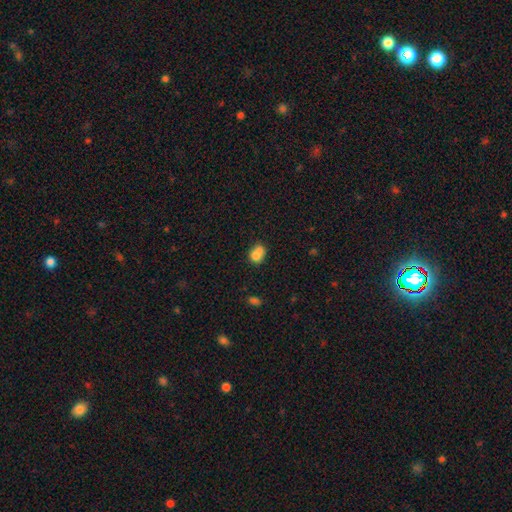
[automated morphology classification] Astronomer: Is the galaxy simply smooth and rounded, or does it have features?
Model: smooth — 72%.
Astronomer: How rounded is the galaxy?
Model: round — 57% (runner-up: in between, 42%).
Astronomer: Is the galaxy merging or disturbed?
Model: merger — 57%.